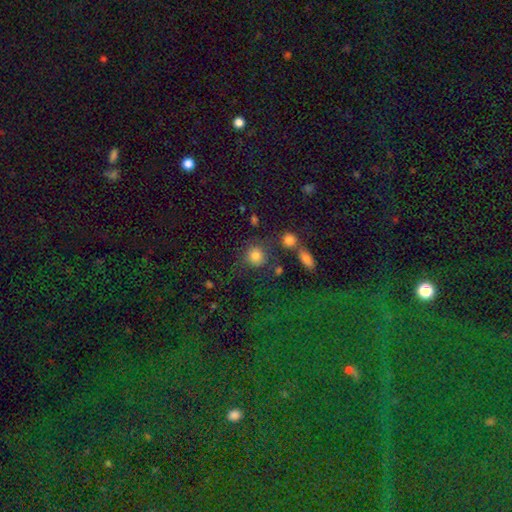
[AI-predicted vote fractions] smooth-or-featured: smooth: 80% | star or artifact: 12% | featured or disk: 7%
  how-rounded: round: 89% | in between: 10% | cigar-shaped: 1%
  merging: none: 70% | minor disturbance: 12% | merger: 11% | major disturbance: 7%